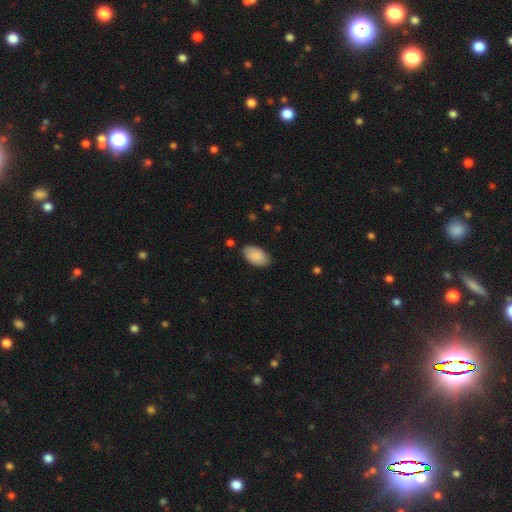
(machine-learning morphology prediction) The model was most divided on "merging": none: 79%, minor disturbance: 16%, major disturbance: 3%, merger: 2%. More confident: how rounded — in between (94%); smooth or featured — smooth (87%).